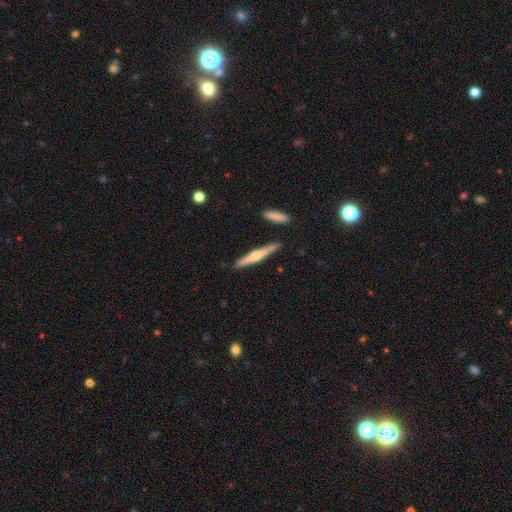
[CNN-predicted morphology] featured or disk 57%, smooth 38%, star or artifact 5%. Down the decision tree: edge-on disk — yes (97%); edge-on bulge — rounded (80%); merging — none (87%).